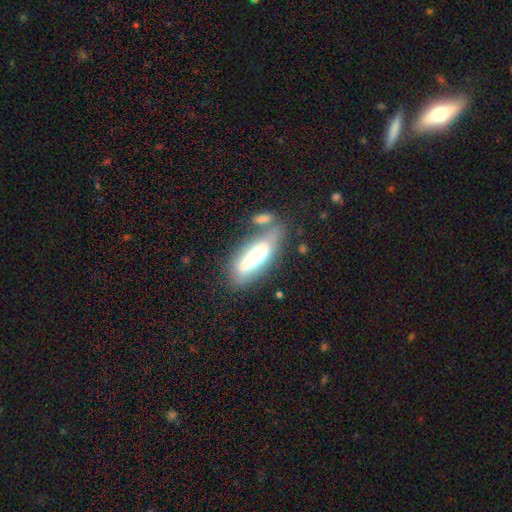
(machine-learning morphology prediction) smooth-or-featured: smooth: 51% | featured or disk: 41% | star or artifact: 8%
  how-rounded: cigar-shaped: 55% | in between: 42% | round: 2%
  merging: none: 42% | merger: 25% | minor disturbance: 19% | major disturbance: 14%